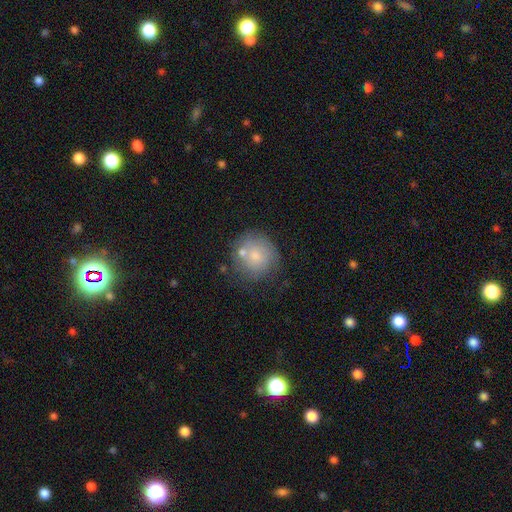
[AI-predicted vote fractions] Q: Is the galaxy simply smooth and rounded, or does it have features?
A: smooth — 68%.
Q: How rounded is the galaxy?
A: round — 89%.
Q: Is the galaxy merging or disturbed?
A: none — 58%.